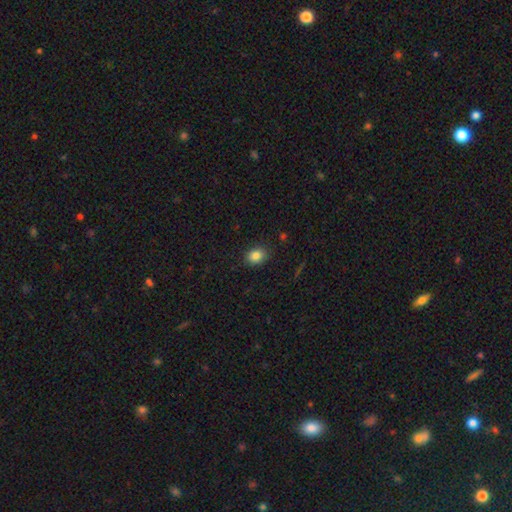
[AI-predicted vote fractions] This is clearly a smooth galaxy (85%). How rounded: possibly in between (55%). Merging: clearly none (86%).